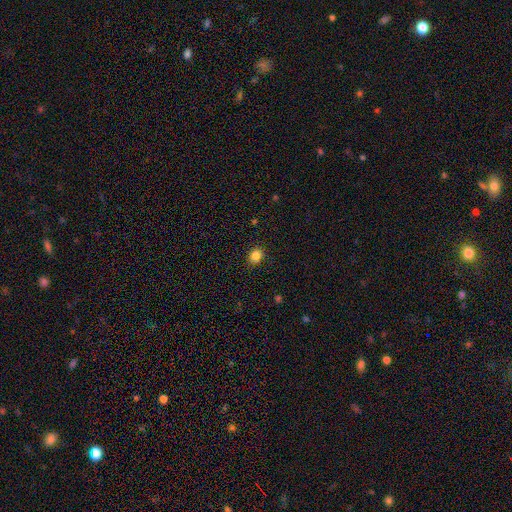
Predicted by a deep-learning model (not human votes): Smooth or featured: smooth — 84% (star or artifact — 12%)
How rounded: round — 67% (in between — 32%)
Merging: none — 88% (minor disturbance — 9%)